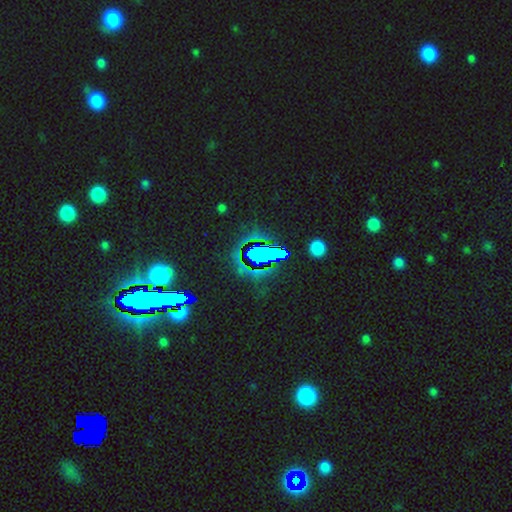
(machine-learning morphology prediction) A star or artifact, not a galaxy (71%).